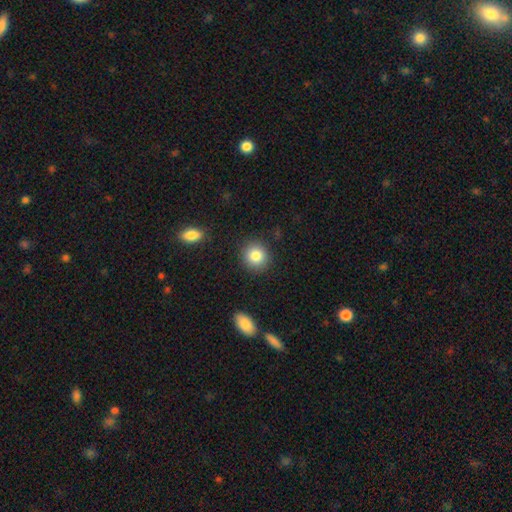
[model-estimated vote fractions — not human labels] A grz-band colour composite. It shows a smooth galaxy with no disk features (83%) that is round (87%). Merging: none (89%).